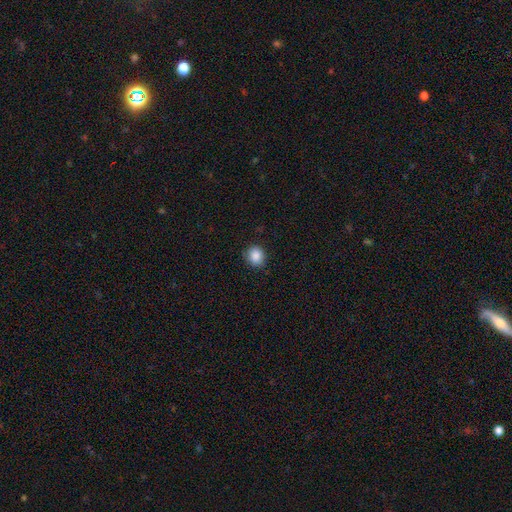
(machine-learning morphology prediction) Smooth or featured? Predicted: smooth (p=0.87). How rounded? Predicted: round (p=0.80). Merging? Predicted: none (p=0.85).